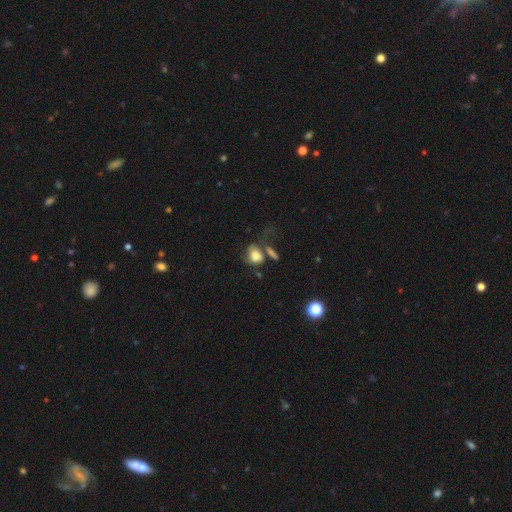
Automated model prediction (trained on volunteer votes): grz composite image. It shows a smooth galaxy with no disk features (74%) that is in between round and cigar-shaped (61%). Merging: none (33%).